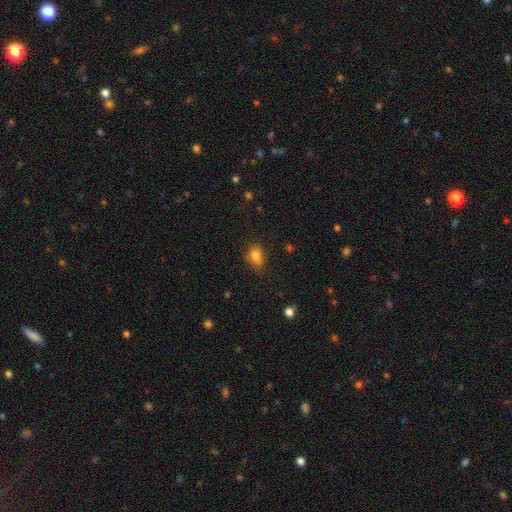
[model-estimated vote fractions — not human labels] This appears to be a smooth galaxy with no disk features (79%) that is in between round and cigar-shaped (67%). Merging: none (64%).